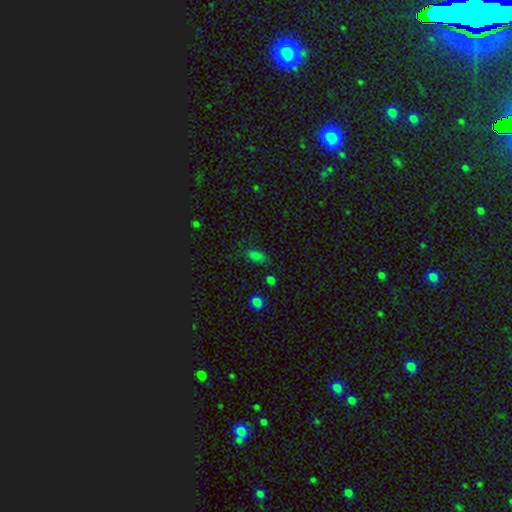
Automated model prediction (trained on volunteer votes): This appears to be a smooth galaxy with no disk features (73%) that is in between round and cigar-shaped (83%). Merging: none (64%).